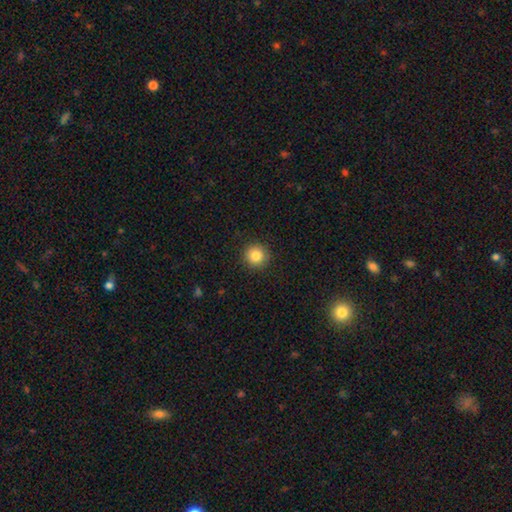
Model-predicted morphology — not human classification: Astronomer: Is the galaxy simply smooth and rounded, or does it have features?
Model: smooth — 84%.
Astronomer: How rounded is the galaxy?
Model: round — 95%.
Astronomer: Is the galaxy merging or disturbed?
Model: none — 91%.